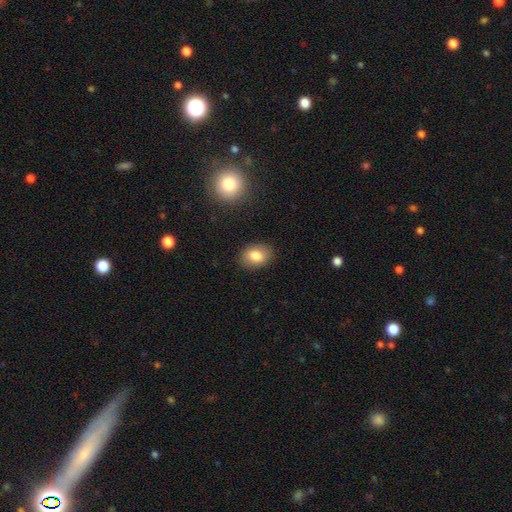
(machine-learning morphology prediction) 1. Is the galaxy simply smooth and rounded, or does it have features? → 82% smooth, 9% featured or disk, 9% star or artifact.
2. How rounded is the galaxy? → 73% in between, 26% round, 1% cigar-shaped.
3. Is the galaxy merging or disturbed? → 87% none, 10% minor disturbance, 3% major disturbance, 1% merger.